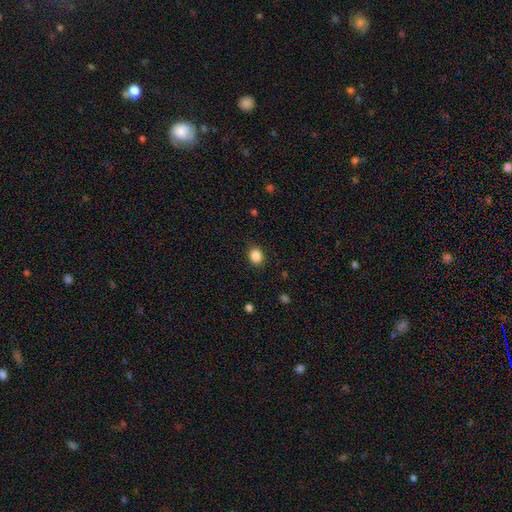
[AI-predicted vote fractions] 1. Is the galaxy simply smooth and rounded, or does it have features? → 87% smooth, 10% star or artifact, 3% featured or disk.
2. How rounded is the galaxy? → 53% round, 46% in between, 1% cigar-shaped.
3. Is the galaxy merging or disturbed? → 86% none, 10% minor disturbance, 3% major disturbance, 1% merger.